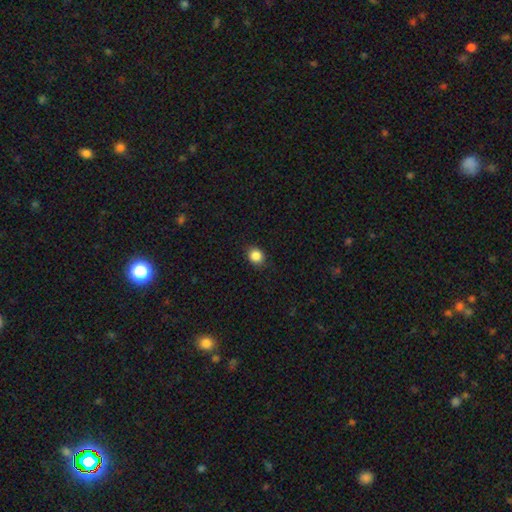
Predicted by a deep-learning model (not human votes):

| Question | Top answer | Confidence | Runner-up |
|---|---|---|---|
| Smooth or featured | smooth | 86% | star or artifact (10%) |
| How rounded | round | 73% | in between (26%) |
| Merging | none | 88% | minor disturbance (9%) |